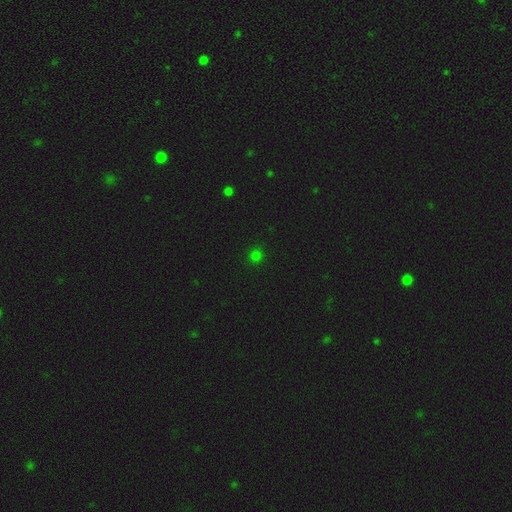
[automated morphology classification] Overall: smooth (74%). How rounded: round (91%). Merging: none (91%).